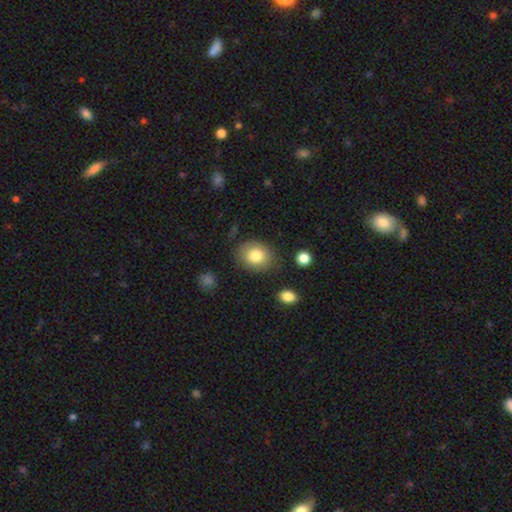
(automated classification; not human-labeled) A smooth galaxy with no disk features (81%) that is round (54%).

Vote fractions:
- Smooth or featured? smooth: 81% / featured or disk: 11% / star or artifact: 9%
- How rounded? round: 54% / in between: 45% / cigar-shaped: 1%
- Merging? none: 80% / minor disturbance: 13% / major disturbance: 4% / merger: 3%